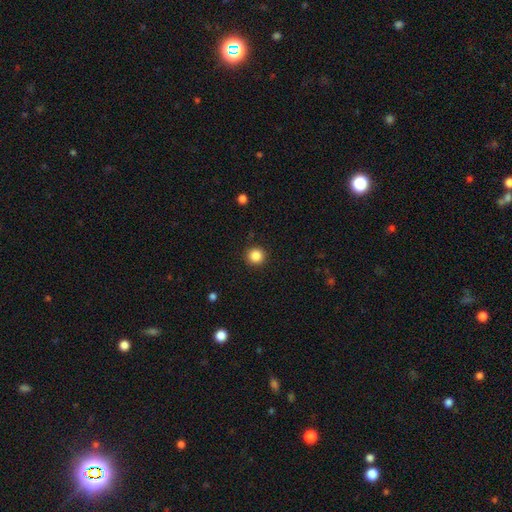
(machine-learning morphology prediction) Smooth or featured: smooth — 86% (star or artifact — 10%)
How rounded: round — 95% (in between — 4%)
Merging: none — 92% (minor disturbance — 5%)